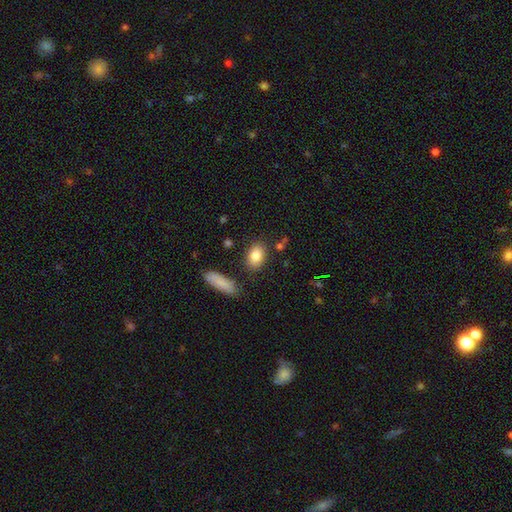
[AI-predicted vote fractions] Smooth or featured? Predicted: smooth (p=0.84). How rounded? Predicted: in between (p=0.81). Merging? Predicted: none (p=0.82).